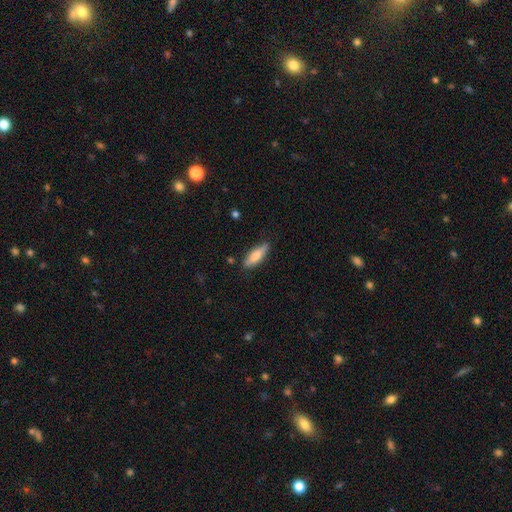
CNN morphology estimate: smooth_or_featured: smooth (p=0.71) [alt: featured or disk p=0.23]
how_rounded: cigar-shaped (p=0.53) [alt: in between p=0.45]
merging: none (p=0.81) [alt: minor disturbance p=0.15]